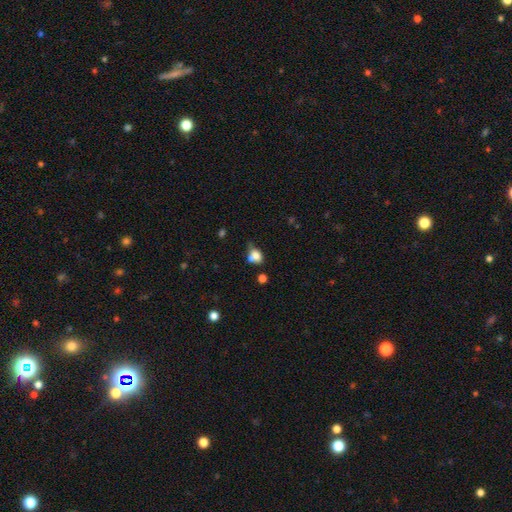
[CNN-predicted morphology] Smooth or featured: smooth — 74% (featured or disk — 15%)
How rounded: in between — 54% (round — 44%)
Merging: none — 34% (merger — 32%)